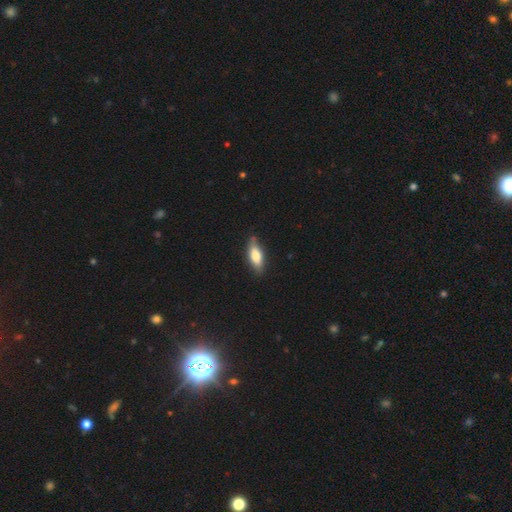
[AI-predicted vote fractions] smooth 74%, featured or disk 20%, star or artifact 6%. Down the decision tree: how rounded — in between (69%); merging — none (78%).